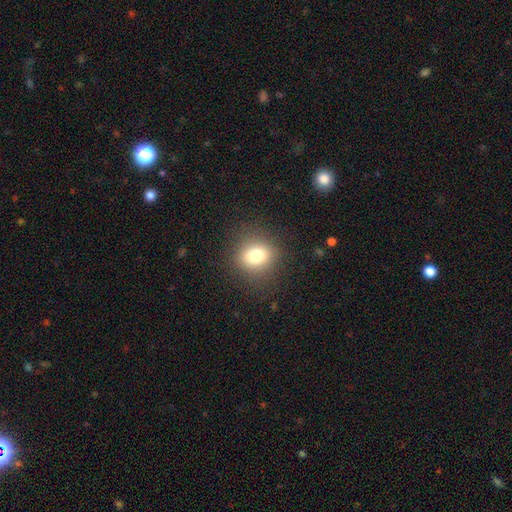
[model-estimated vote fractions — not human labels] This appears to be a smooth galaxy with no disk features (77%) that is round (72%). Merging: none (87%).